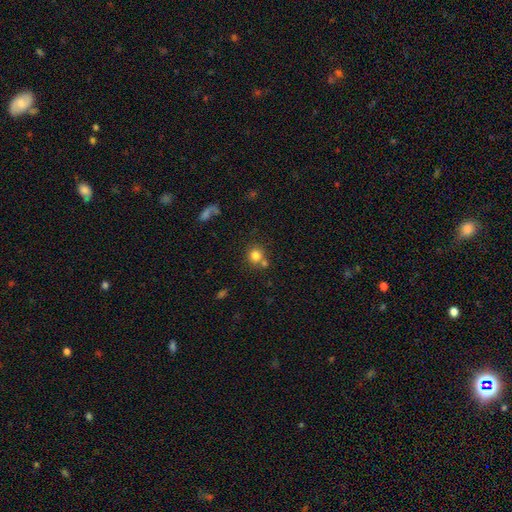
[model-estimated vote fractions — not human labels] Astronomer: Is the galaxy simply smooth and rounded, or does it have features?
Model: smooth — 80%.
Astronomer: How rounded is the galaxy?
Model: round — 88%.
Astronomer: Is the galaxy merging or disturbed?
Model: none — 62%.